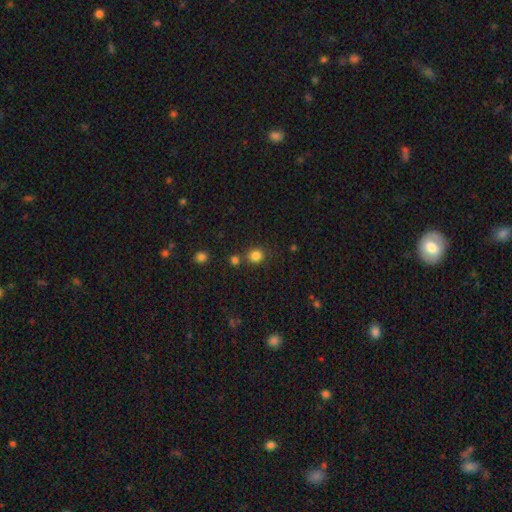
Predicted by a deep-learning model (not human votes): smooth-or-featured: smooth: 82% | star or artifact: 13% | featured or disk: 5%
  how-rounded: round: 86% | in between: 13% | cigar-shaped: 1%
  merging: none: 76% | merger: 12% | minor disturbance: 9% | major disturbance: 3%